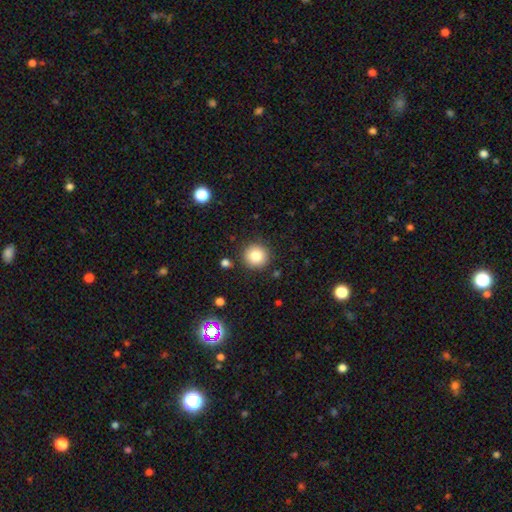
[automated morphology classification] smooth 83%, star or artifact 10%, featured or disk 7%. Down the decision tree: how rounded — round (95%); merging — none (89%).